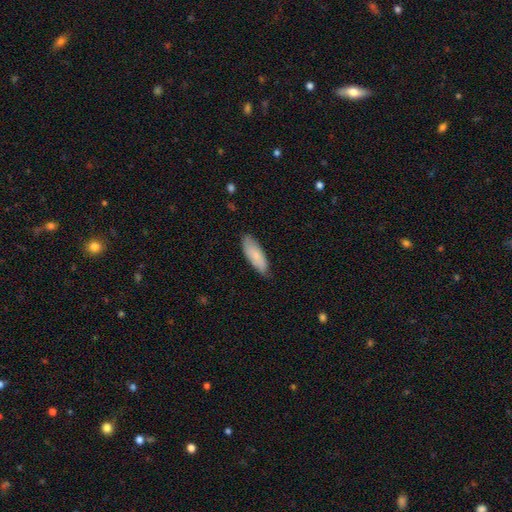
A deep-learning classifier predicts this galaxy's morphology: The model was most divided on "how rounded": in between: 68%, cigar-shaped: 30%, round: 2%. More confident: smooth or featured — smooth (79%); merging — none (79%).